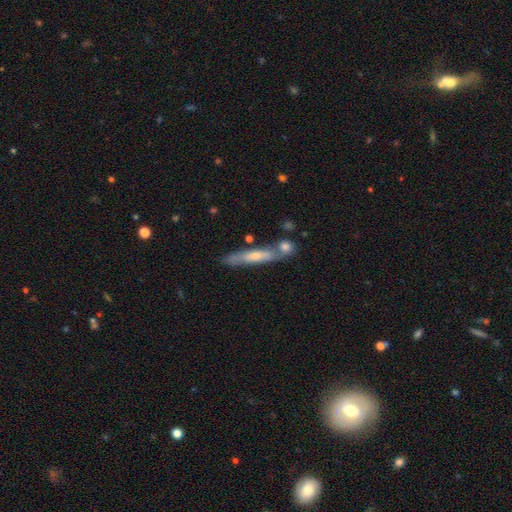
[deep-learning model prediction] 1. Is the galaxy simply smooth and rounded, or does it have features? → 50% featured or disk, 43% smooth, 7% star or artifact.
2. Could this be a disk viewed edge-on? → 75% yes, 25% no.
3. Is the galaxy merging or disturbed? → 62% none, 20% merger, 14% minor disturbance, 4% major disturbance.